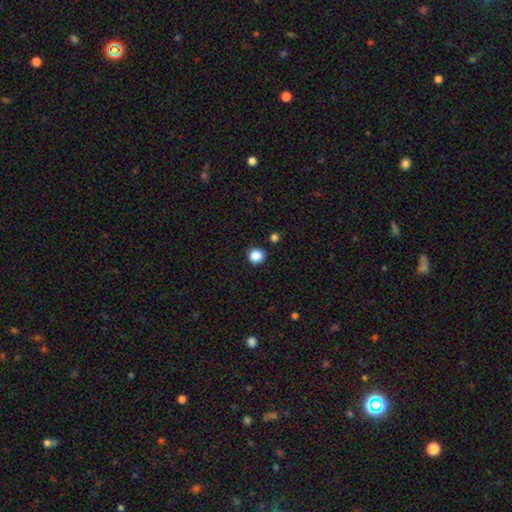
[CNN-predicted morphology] Smooth or featured? smooth (87%)
How rounded? round (91%)
Merging? none (89%)